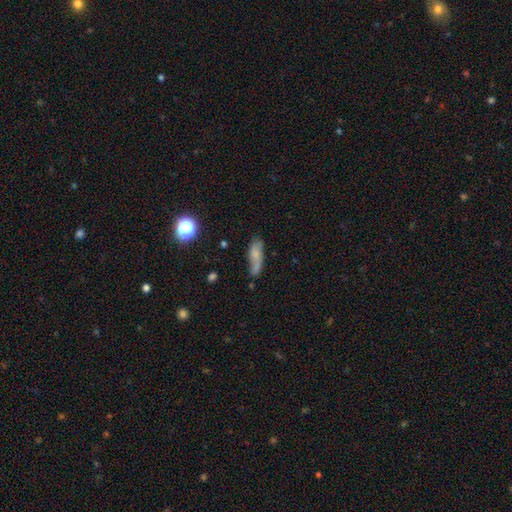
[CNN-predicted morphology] Smooth or featured?
  - smooth: 60% *
  - featured or disk: 29%
  - star or artifact: 11%
How rounded?
  - in between: 55% *
  - cigar-shaped: 40%
  - round: 5%
Merging?
  - none: 54% *
  - minor disturbance: 28%
  - major disturbance: 11%
  - merger: 8%